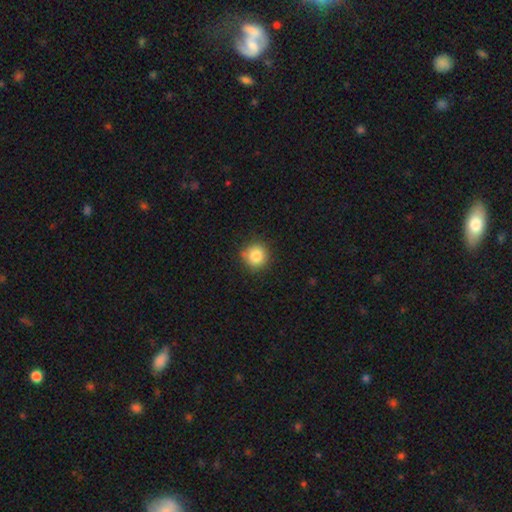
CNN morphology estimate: The model was most divided on "merging": none: 84%, minor disturbance: 12%, major disturbance: 2%, merger: 2%. More confident: how rounded — round (92%); smooth or featured — smooth (85%).